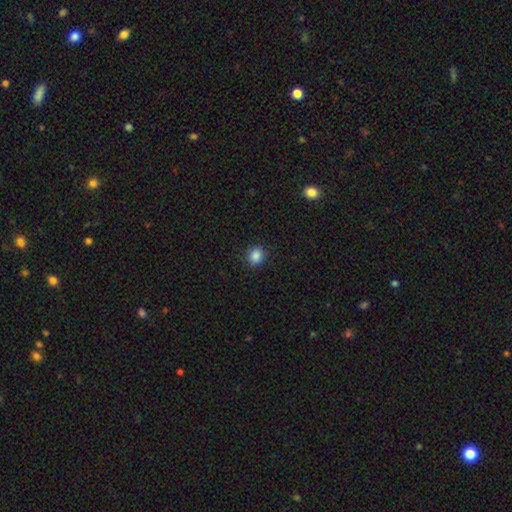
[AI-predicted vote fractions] This appears to be a smooth galaxy with no disk features (87%) that is round (74%). Merging: none (89%).